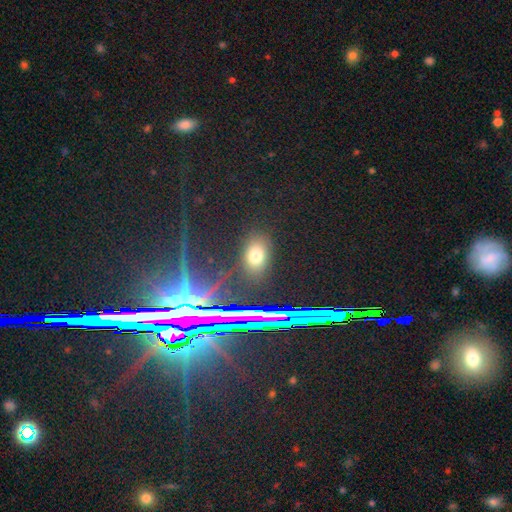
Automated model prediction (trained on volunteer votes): The model was most divided on "smooth or featured": smooth: 67%, star or artifact: 24%, featured or disk: 9%. More confident: merging — none (83%); how rounded — in between (72%).